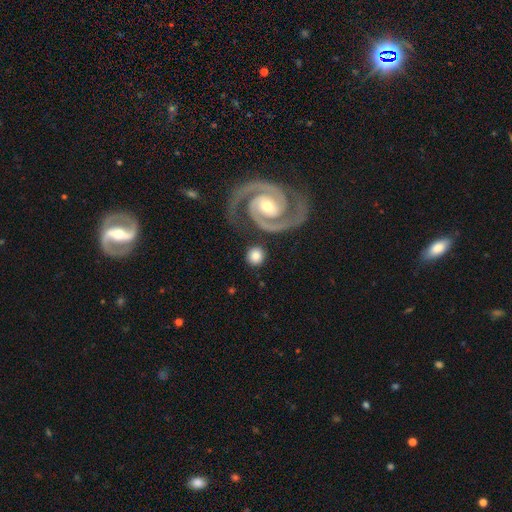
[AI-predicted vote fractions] Overall: smooth (56%; featured or disk 37%). How rounded: round (87%). Merging: none (79%).